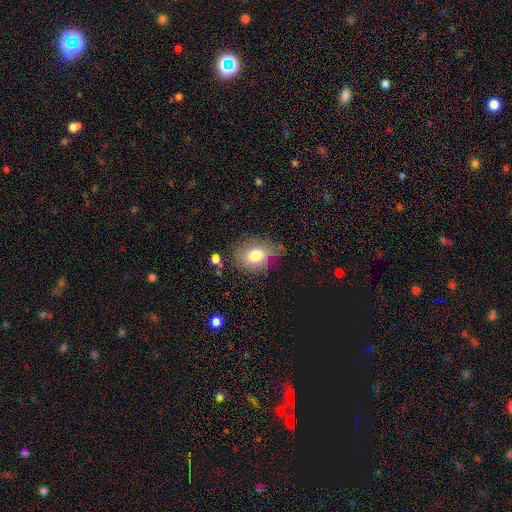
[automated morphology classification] This is likely a smooth galaxy (77%). How rounded: possibly round (56%). Merging: likely none (67%).